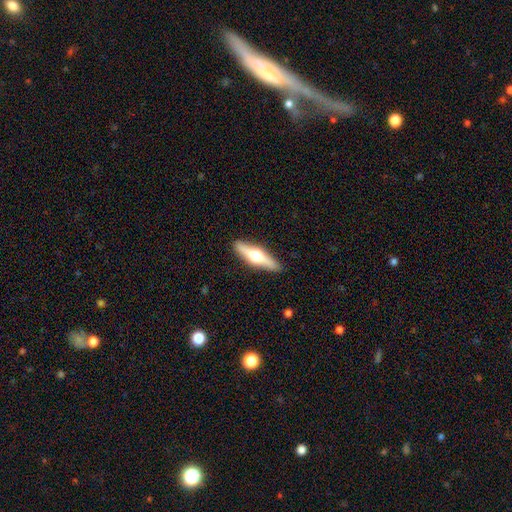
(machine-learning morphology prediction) Smooth or featured? featured or disk (61%)
Edge-on disk? yes (94%)
Edge-on bulge? rounded (95%)
Merging? none (90%)